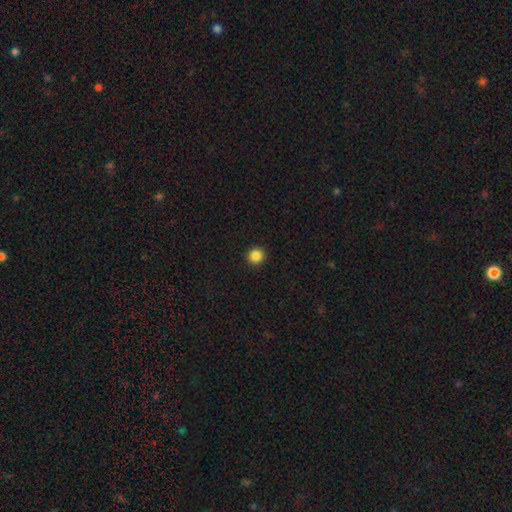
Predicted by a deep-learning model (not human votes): Morphology: type=smooth (87%); roundness=round (93%); merging=none (93%).